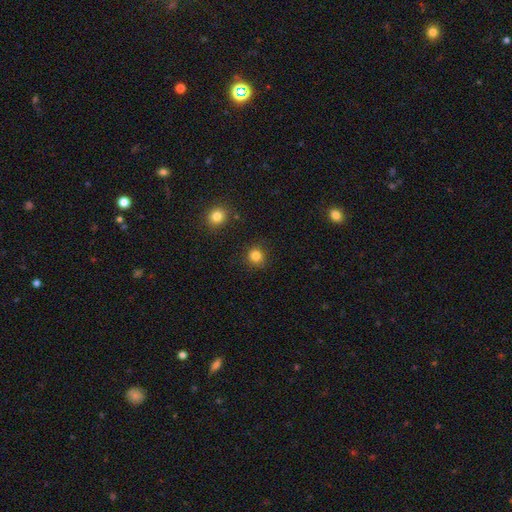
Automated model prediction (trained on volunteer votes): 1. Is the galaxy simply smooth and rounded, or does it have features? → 84% smooth, 12% star or artifact, 4% featured or disk.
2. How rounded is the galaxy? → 90% round, 9% in between, 1% cigar-shaped.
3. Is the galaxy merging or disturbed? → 87% none, 8% minor disturbance, 3% major disturbance, 2% merger.